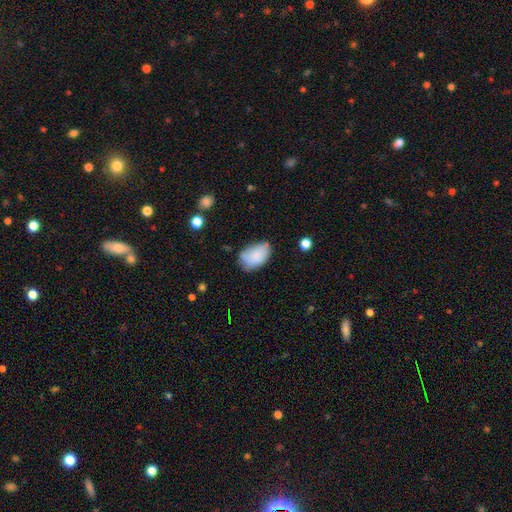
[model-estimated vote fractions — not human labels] This is clearly a smooth galaxy (82%). How rounded: clearly in between (90%). Merging: likely none (60%).